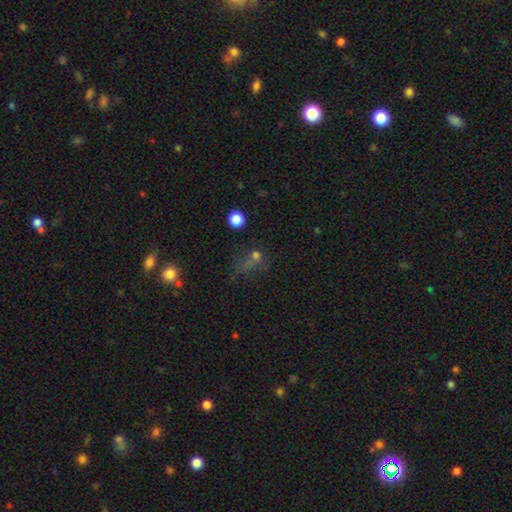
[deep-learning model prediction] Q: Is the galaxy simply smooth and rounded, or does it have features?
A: star or artifact — 45%.